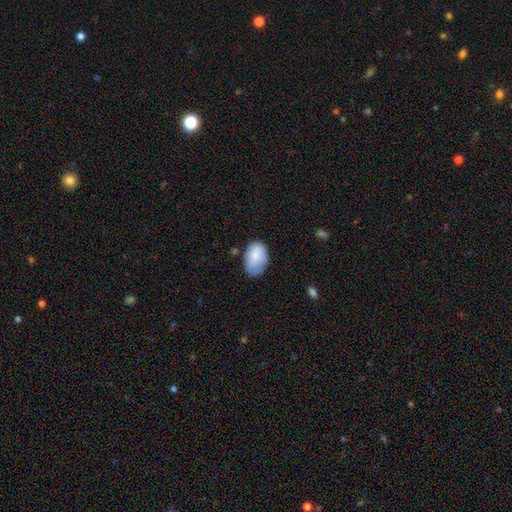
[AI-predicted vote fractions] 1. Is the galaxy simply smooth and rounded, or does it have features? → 79% smooth, 14% featured or disk, 7% star or artifact.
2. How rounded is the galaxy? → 88% in between, 10% round, 1% cigar-shaped.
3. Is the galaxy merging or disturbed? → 58% none, 31% minor disturbance, 8% major disturbance, 3% merger.